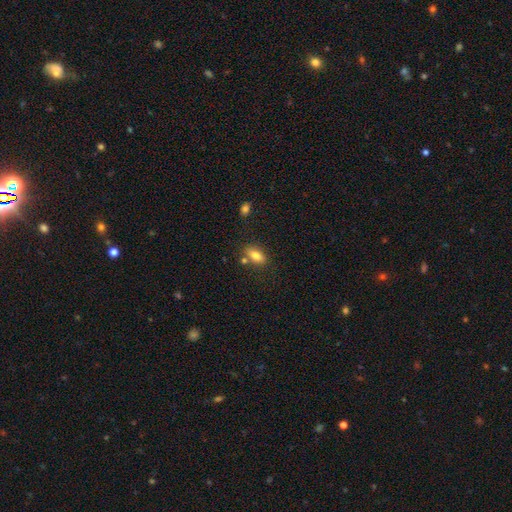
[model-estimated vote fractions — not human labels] Morphology: type=smooth (78%); roundness=in between (85%); merging=none (71%).